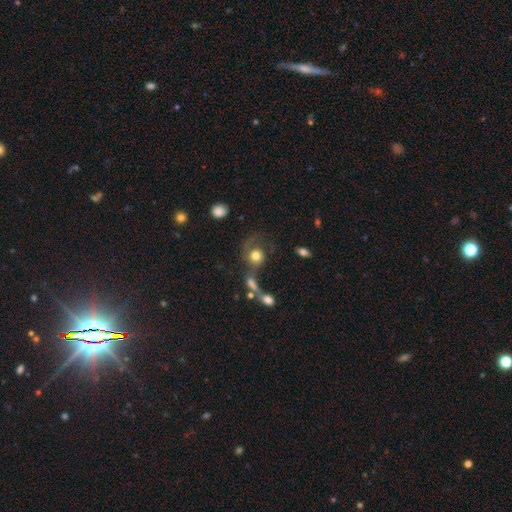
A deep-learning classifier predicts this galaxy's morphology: Smooth or featured? Predicted: smooth (p=0.59). How rounded? Predicted: round (p=0.75). Merging? Predicted: none (p=0.33).